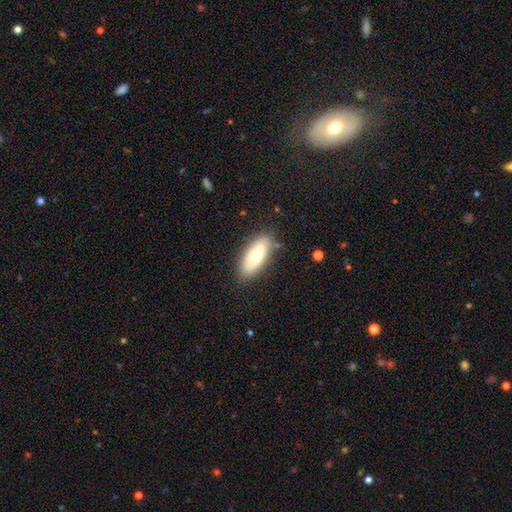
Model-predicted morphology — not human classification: smooth_or_featured: smooth (p=0.74) [alt: featured or disk p=0.20]
how_rounded: in between (p=0.80) [alt: cigar-shaped p=0.18]
merging: none (p=0.81) [alt: minor disturbance p=0.13]